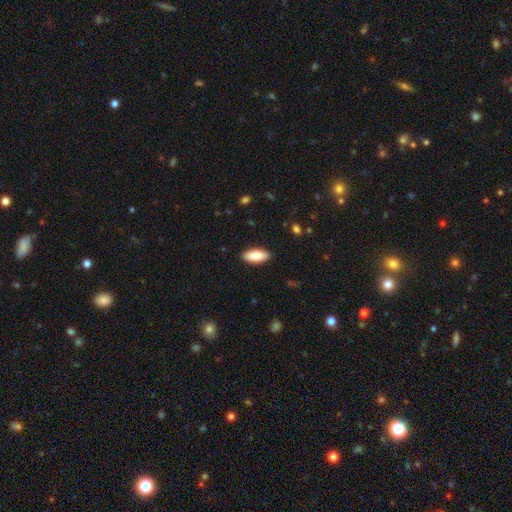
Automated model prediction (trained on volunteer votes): smooth-or-featured: smooth: 84% | featured or disk: 10% | star or artifact: 6%
  how-rounded: in between: 81% | cigar-shaped: 17% | round: 2%
  merging: none: 89% | minor disturbance: 8% | major disturbance: 2% | merger: 1%